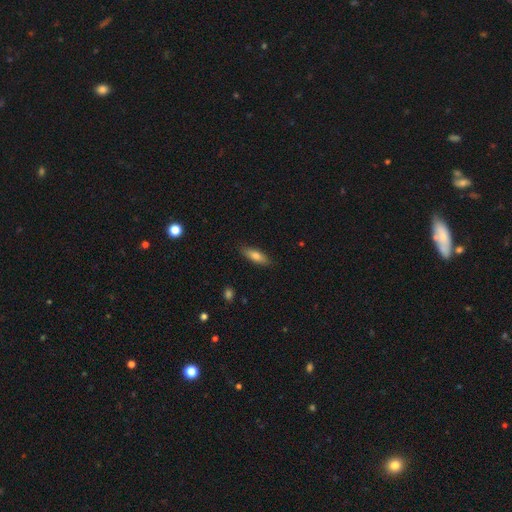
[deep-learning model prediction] smooth 76%, featured or disk 18%, star or artifact 7%. Down the decision tree: how rounded — in between (52%); merging — none (87%).